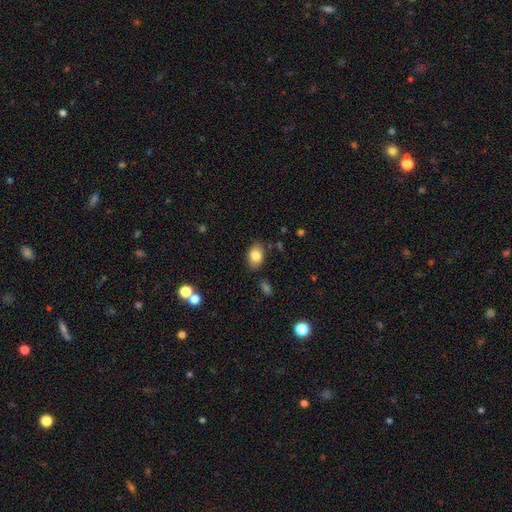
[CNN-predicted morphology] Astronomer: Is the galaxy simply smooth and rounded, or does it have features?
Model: smooth — 83%.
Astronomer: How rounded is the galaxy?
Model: in between — 78%.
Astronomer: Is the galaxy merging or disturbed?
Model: none — 81%.